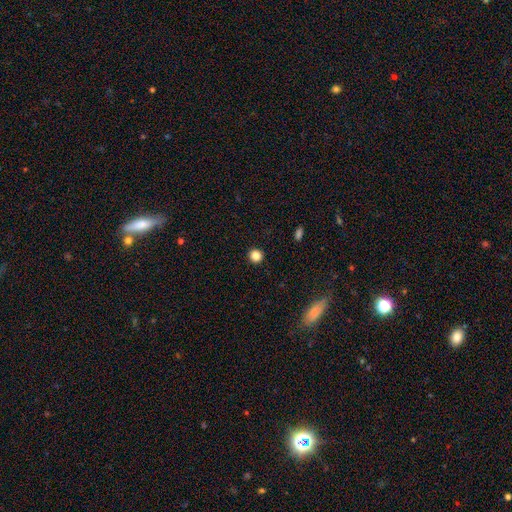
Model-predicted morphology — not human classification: This appears to be a smooth galaxy with no disk features (84%) that is round (93%). Merging: none (93%).